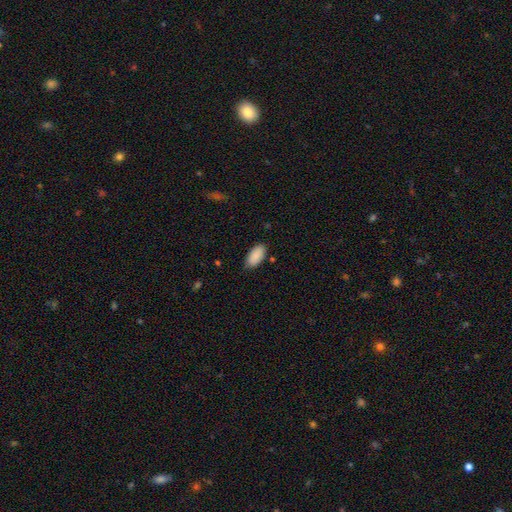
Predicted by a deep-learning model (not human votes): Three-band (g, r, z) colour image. It shows a smooth galaxy with no disk features (89%) that is in between round and cigar-shaped (94%). Merging: none (80%).